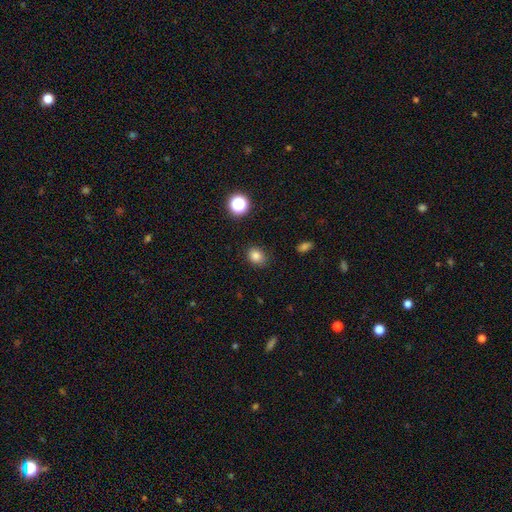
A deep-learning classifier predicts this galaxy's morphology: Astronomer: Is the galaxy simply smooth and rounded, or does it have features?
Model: smooth — 82%.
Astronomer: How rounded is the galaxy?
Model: round — 53% (runner-up: in between, 46%).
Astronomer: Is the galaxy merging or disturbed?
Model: none — 85%.